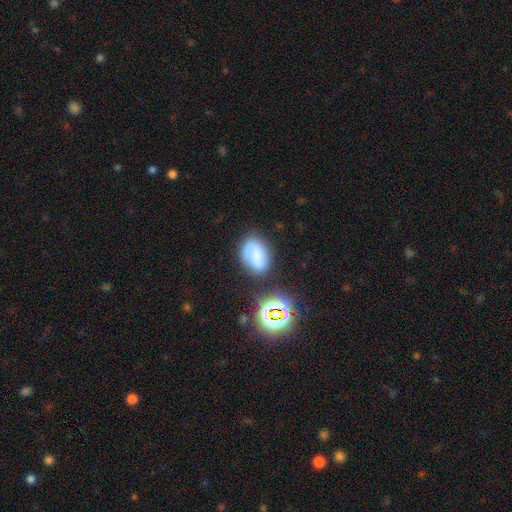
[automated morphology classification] type=smooth (54%); roundness=in between (77%); merging=none (61%).